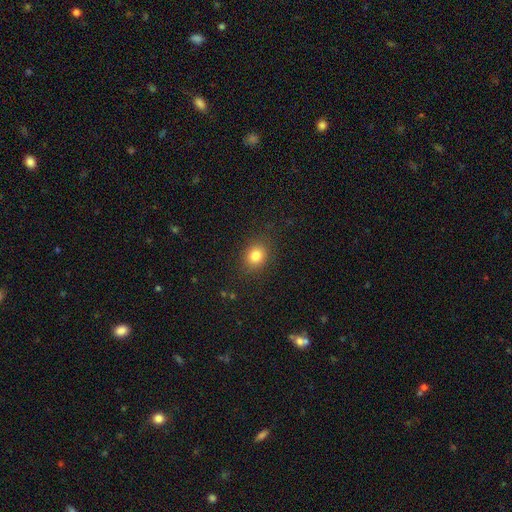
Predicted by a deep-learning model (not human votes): smooth 82%, star or artifact 12%, featured or disk 6%. Down the decision tree: how rounded — round (62%); merging — none (87%).